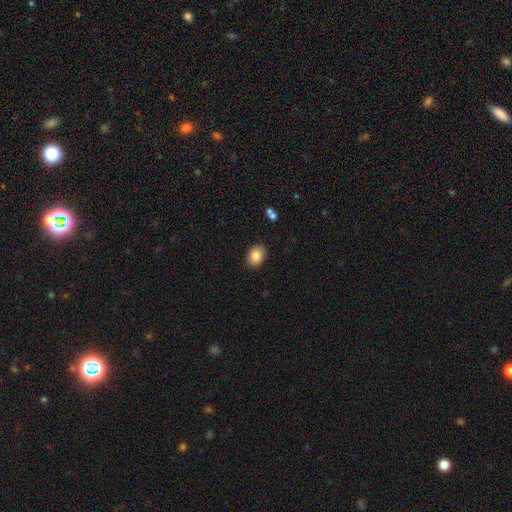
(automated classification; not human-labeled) smooth_or_featured: smooth (p=0.86) [alt: star or artifact p=0.08]
how_rounded: in between (p=0.79) [alt: round p=0.20]
merging: none (p=0.87) [alt: minor disturbance p=0.09]